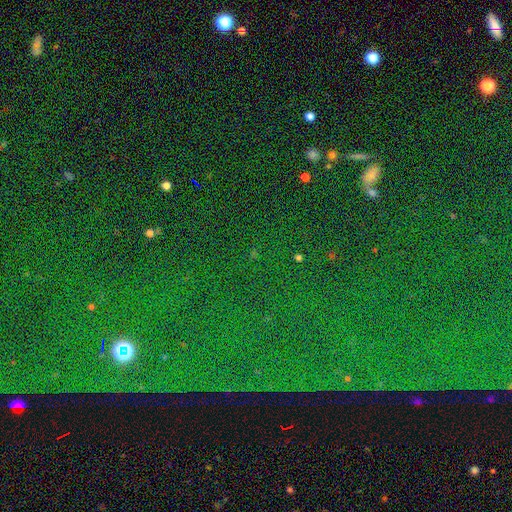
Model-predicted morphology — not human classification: Smooth or featured? star or artifact (84%)